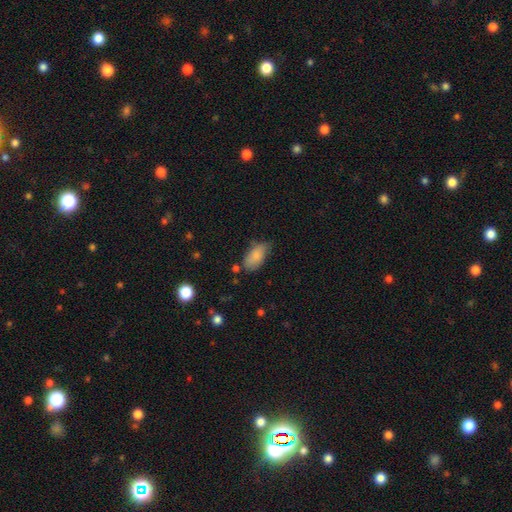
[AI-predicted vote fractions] This appears to be a smooth galaxy with no disk features (83%) that is in between round and cigar-shaped (92%). Merging: none (58%).